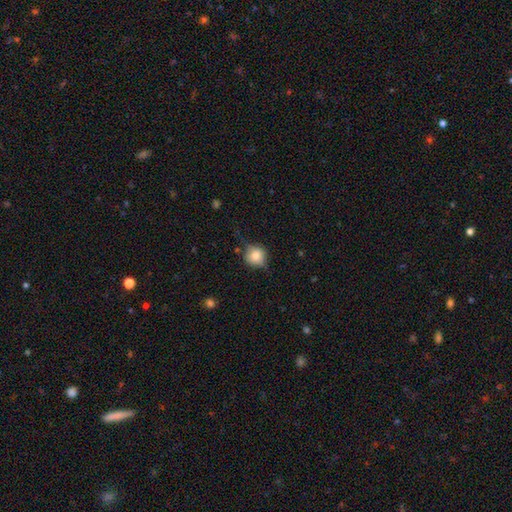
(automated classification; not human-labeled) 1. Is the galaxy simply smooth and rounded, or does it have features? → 75% smooth, 14% featured or disk, 10% star or artifact.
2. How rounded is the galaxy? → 89% round, 10% in between, 1% cigar-shaped.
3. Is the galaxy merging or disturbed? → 69% none, 24% minor disturbance, 6% major disturbance, 2% merger.